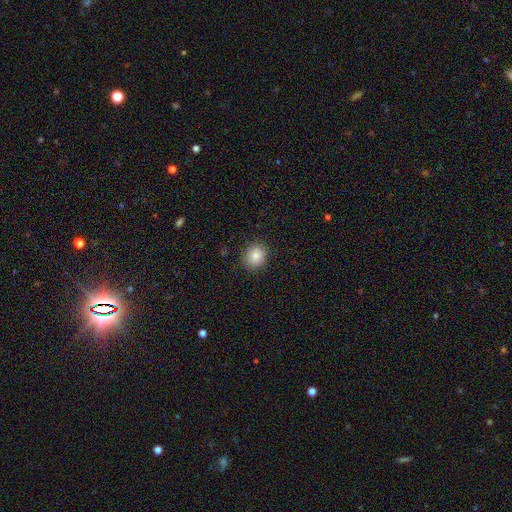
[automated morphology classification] smooth 84%, star or artifact 10%, featured or disk 6%. Down the decision tree: how rounded — round (76%); merging — none (88%).